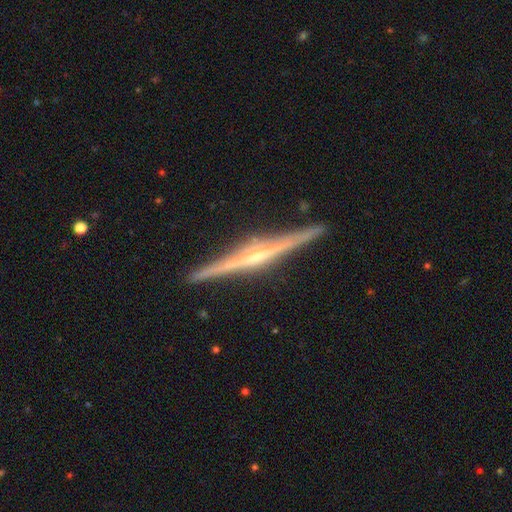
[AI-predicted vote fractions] Morphology: type=featured or disk (86%); edge-on=yes (99%); edge-on bulge=rounded (59%); merging=none (91%).